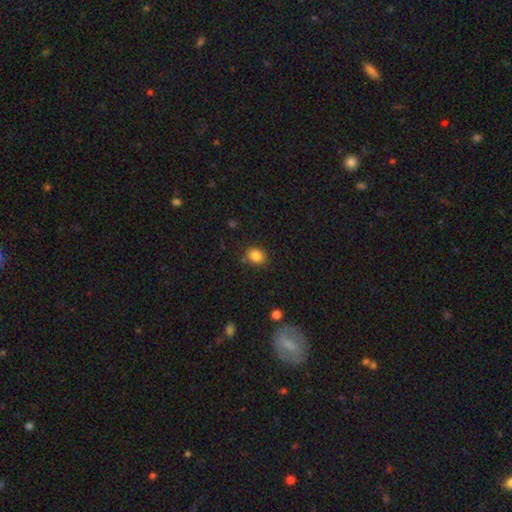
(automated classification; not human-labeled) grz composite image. It shows a smooth galaxy with no disk features (84%) that is round (58%). Merging: none (82%).